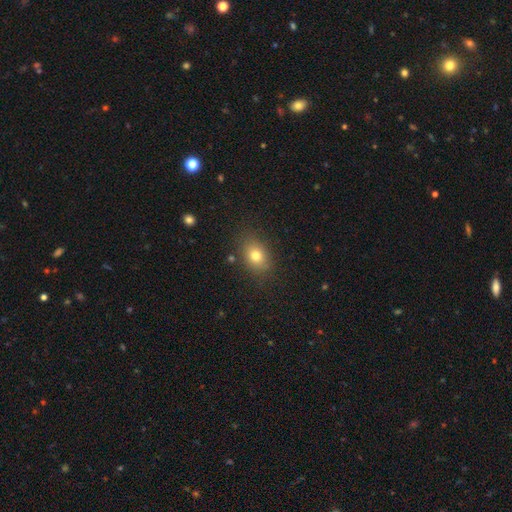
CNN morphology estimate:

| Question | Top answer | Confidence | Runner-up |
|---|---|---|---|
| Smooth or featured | smooth | 78% | star or artifact (12%) |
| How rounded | in between | 64% | round (35%) |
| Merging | none | 82% | minor disturbance (12%) |